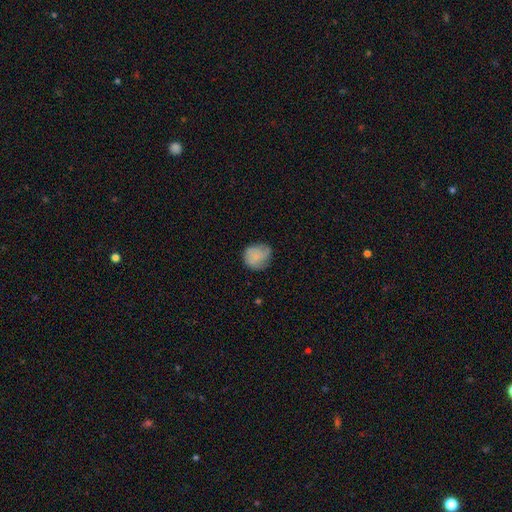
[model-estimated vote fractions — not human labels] Overall: smooth (74%). How rounded: round (78%). Merging: none (63%; minor disturbance 27%).